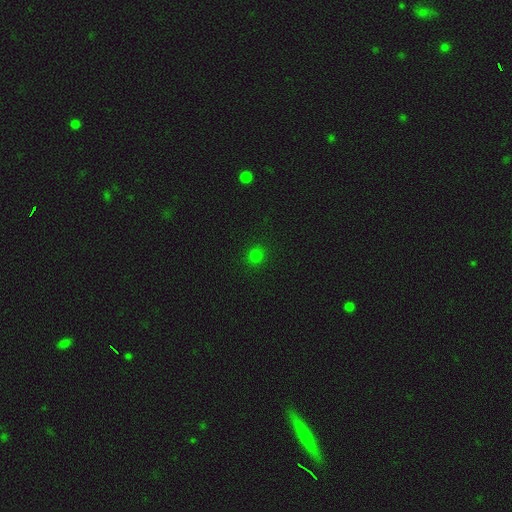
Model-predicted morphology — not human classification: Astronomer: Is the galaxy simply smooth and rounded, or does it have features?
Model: smooth — 77%.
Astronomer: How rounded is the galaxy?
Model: round — 88%.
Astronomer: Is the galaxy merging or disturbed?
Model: none — 90%.